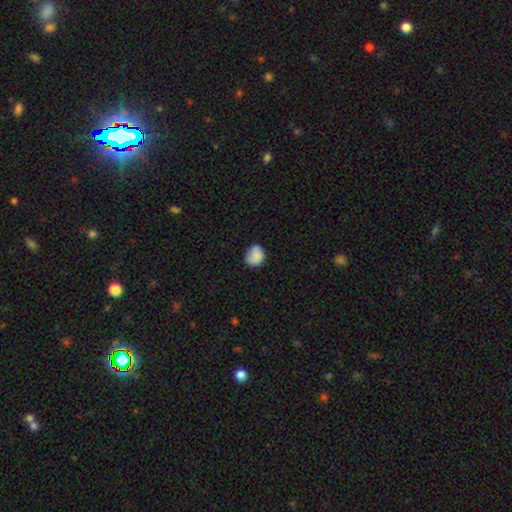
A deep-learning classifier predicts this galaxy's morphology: smooth-or-featured: smooth: 83% | star or artifact: 9% | featured or disk: 8%
  how-rounded: round: 67% | in between: 32% | cigar-shaped: 1%
  merging: none: 61% | minor disturbance: 28% | major disturbance: 7% | merger: 4%